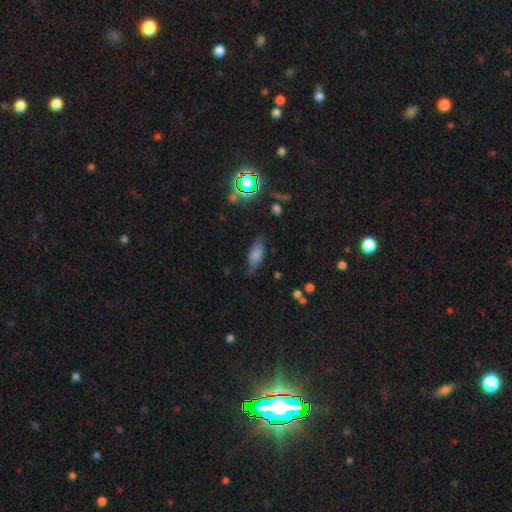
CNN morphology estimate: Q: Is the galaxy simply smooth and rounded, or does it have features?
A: smooth — 70%.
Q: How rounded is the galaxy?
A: in between — 71%.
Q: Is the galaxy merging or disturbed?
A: none — 70%.